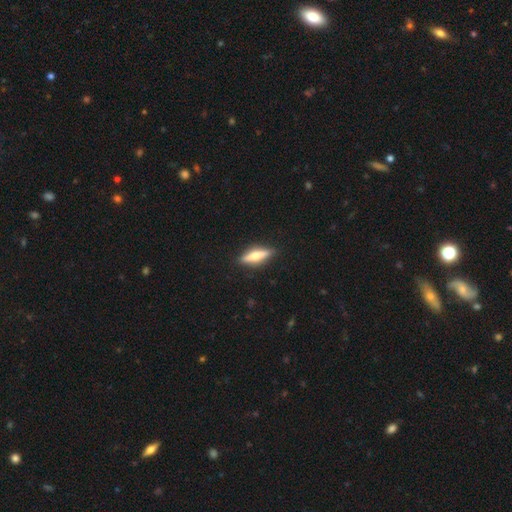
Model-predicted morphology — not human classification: Smooth or featured?
  - featured or disk: 56% *
  - smooth: 38%
  - star or artifact: 6%
Edge-on disk?
  - yes: 94% *
  - no: 6%
Edge-on bulge?
  - rounded: 91% *
  - boxy: 5%
  - none: 4%
Merging?
  - none: 90% *
  - minor disturbance: 7%
  - major disturbance: 2%
  - merger: 1%